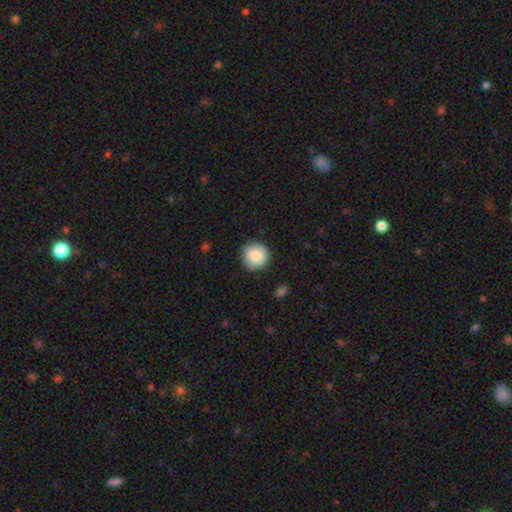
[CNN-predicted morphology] Smooth or featured? smooth (86%)
How rounded? round (94%)
Merging? none (86%)